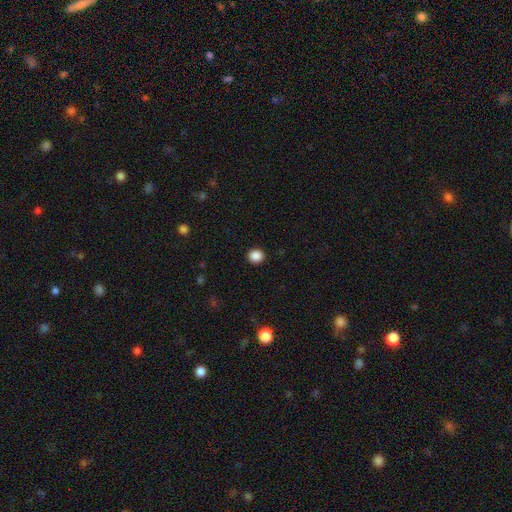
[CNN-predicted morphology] Smooth or featured: smooth — 87% (star or artifact — 10%)
How rounded: round — 85% (in between — 14%)
Merging: none — 92% (minor disturbance — 5%)